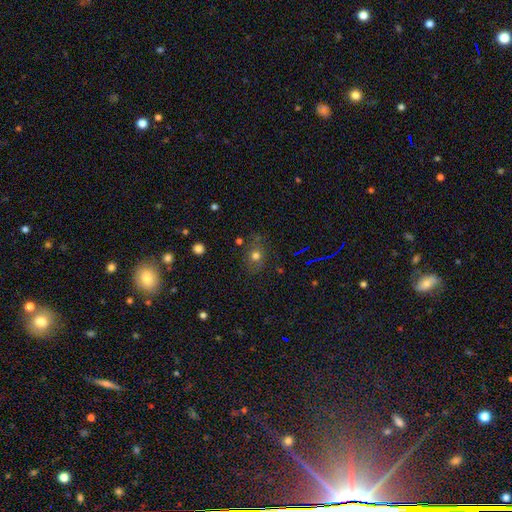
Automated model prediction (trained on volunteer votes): This is likely a smooth galaxy (70%). How rounded: likely round (63%). Merging: likely none (74%).